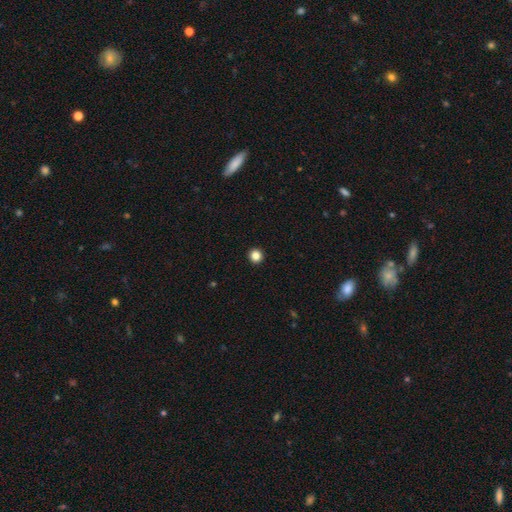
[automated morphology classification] The model was most divided on "smooth or featured": smooth: 85%, star or artifact: 11%, featured or disk: 4%. More confident: merging — none (94%); how rounded — round (94%).